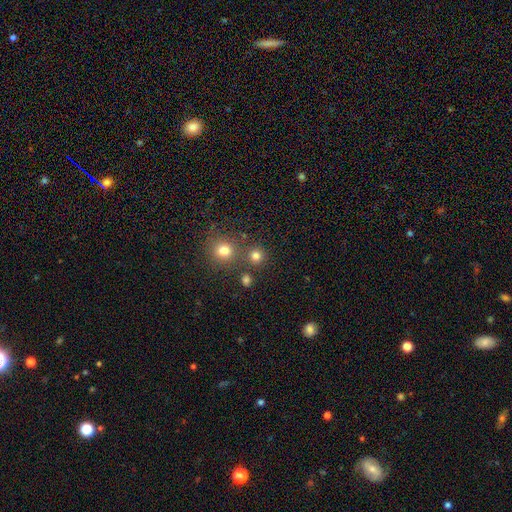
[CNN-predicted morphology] Smooth or featured: smooth — 78% (star or artifact — 16%)
How rounded: round — 93% (in between — 6%)
Merging: none — 79% (merger — 12%)